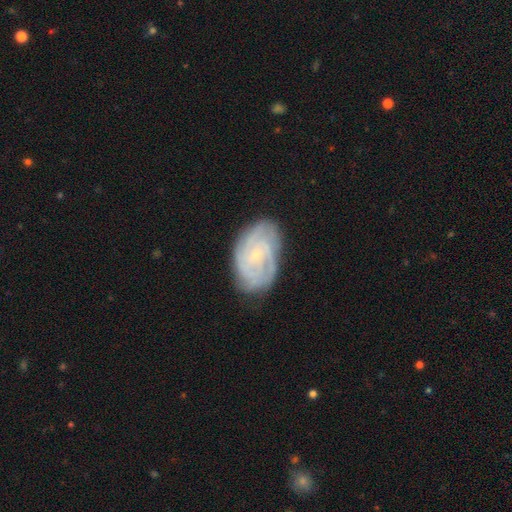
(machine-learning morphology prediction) featured or disk 80%, smooth 13%, star or artifact 7%. Down the decision tree: edge-on disk — no (97%); bar — no (72%); spiral arms — yes (95%); spiral arm count — can't tell (29%); spiral winding — tight (68%); bulge size — small (79%); merging — none (78%).